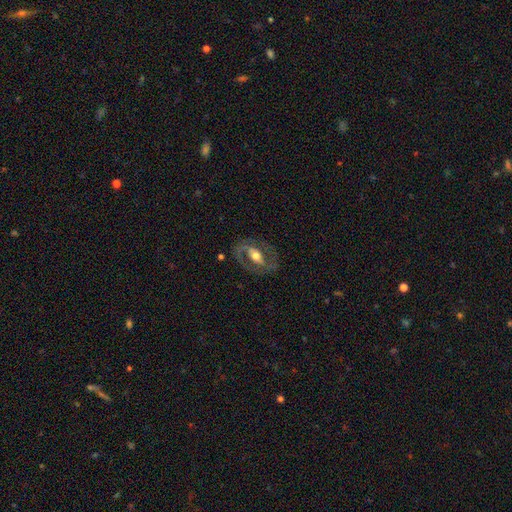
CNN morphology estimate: Smooth or featured? Predicted: featured or disk (p=0.75). Edge-on disk? Predicted: no (p=0.93). Bar? Predicted: strong (p=0.36). Spiral arms? Predicted: yes (p=0.71). Bulge size? Predicted: moderate (p=0.66). Merging? Predicted: none (p=0.75).